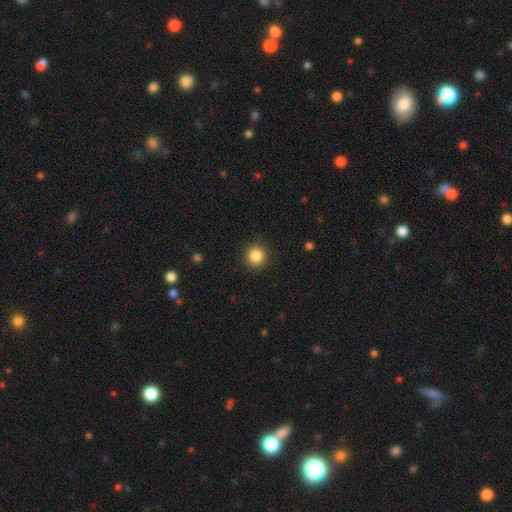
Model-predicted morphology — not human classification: smooth 86%, star or artifact 10%, featured or disk 4%. Down the decision tree: how rounded — round (94%); merging — none (91%).